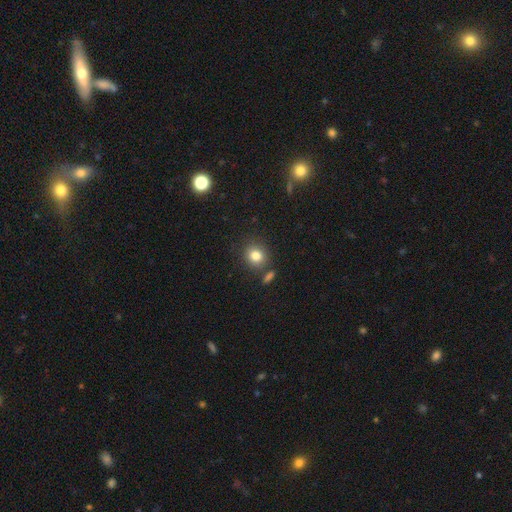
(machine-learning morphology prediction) This is clearly a smooth galaxy (81%). How rounded: clearly round (81%). Merging: likely none (78%).